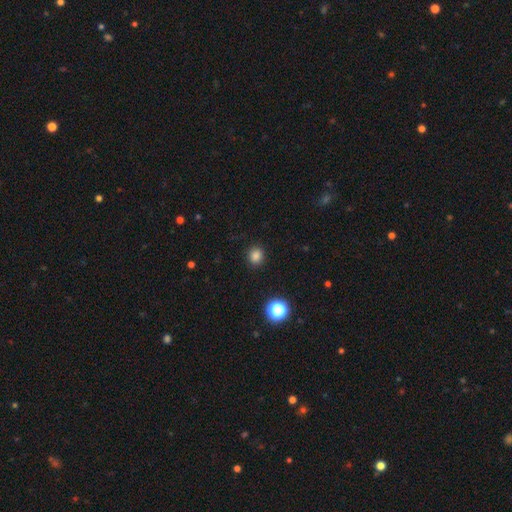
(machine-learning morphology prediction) The model was most divided on "how rounded": round: 81%, in between: 18%, cigar-shaped: 1%. More confident: merging — none (90%); smooth or featured — smooth (82%).